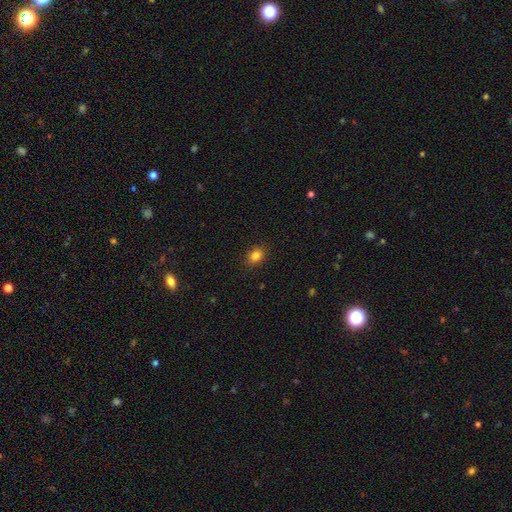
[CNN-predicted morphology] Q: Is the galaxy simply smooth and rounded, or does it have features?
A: smooth — 83%.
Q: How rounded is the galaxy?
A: in between — 64%.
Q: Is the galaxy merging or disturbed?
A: none — 89%.